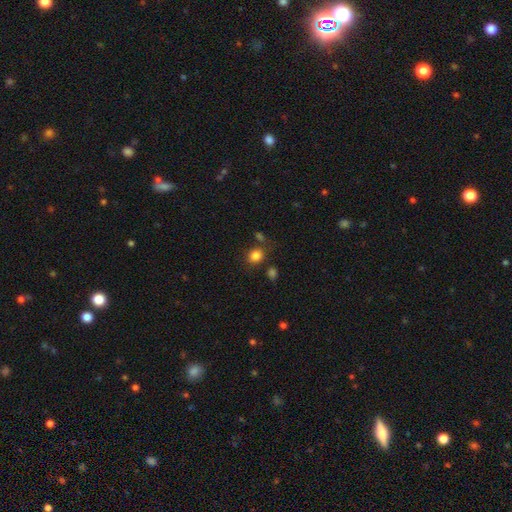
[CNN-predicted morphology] A smooth galaxy with no disk features (83%) that is round (70%). Merging: none (75%).